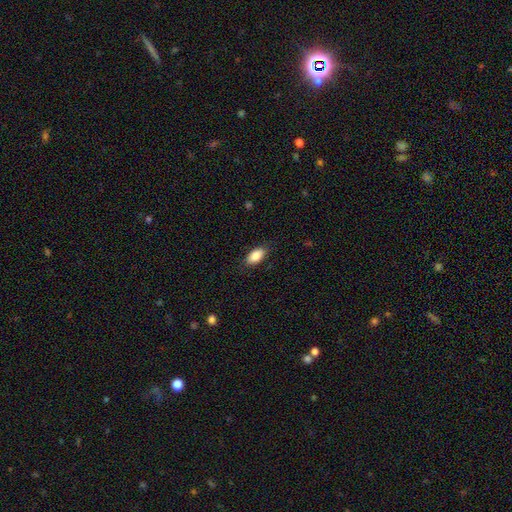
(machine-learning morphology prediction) This is clearly a smooth galaxy (86%). How rounded: clearly in between (91%). Merging: clearly none (85%).